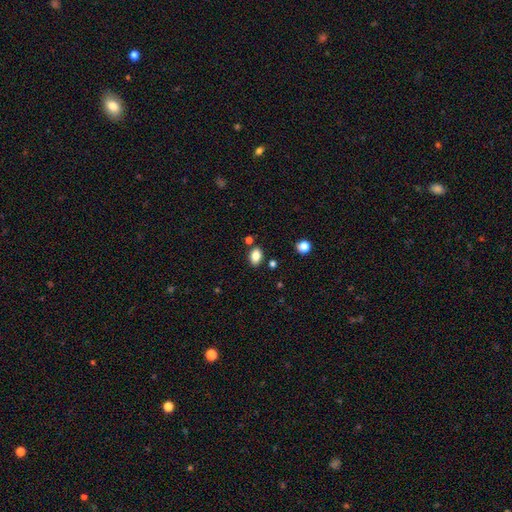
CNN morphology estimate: A smooth galaxy with no disk features (84%) that is in between round and cigar-shaped (81%).

Vote fractions:
- Smooth or featured? smooth: 84% / star or artifact: 10% / featured or disk: 6%
- How rounded? in between: 81% / round: 18% / cigar-shaped: 1%
- Merging? none: 82% / minor disturbance: 10% / merger: 5% / major disturbance: 2%